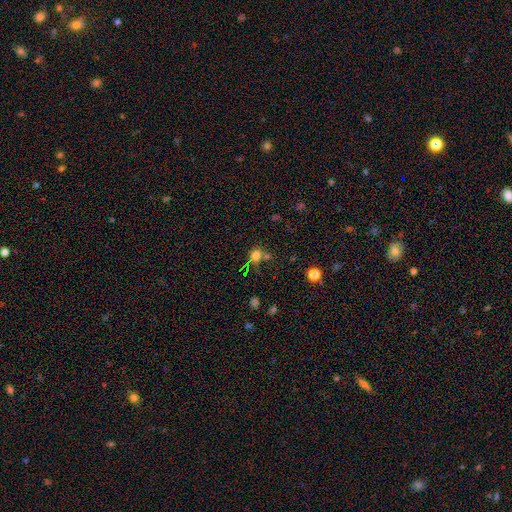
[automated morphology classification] Smooth or featured? smooth (74%)
How rounded? round (80%)
Merging? none (59%)